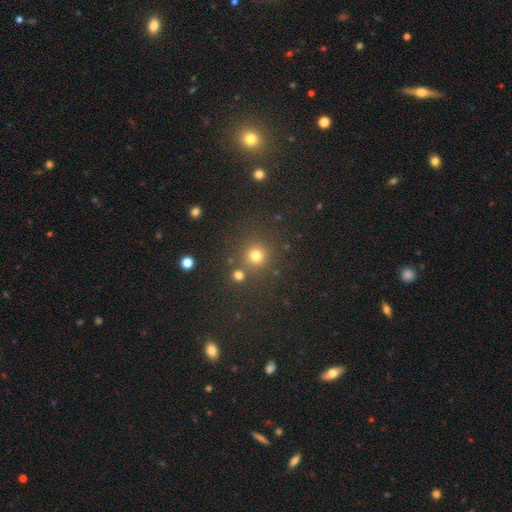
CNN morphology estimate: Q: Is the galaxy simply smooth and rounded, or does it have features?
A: smooth — 75%.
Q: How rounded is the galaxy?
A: round — 92%.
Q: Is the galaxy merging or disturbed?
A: none — 79%.